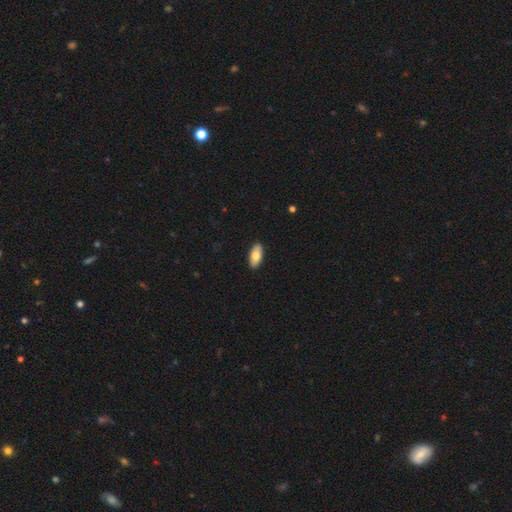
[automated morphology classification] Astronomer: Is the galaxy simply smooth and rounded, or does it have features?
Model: smooth — 76%.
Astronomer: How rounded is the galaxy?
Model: in between — 88%.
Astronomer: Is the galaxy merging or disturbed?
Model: none — 91%.